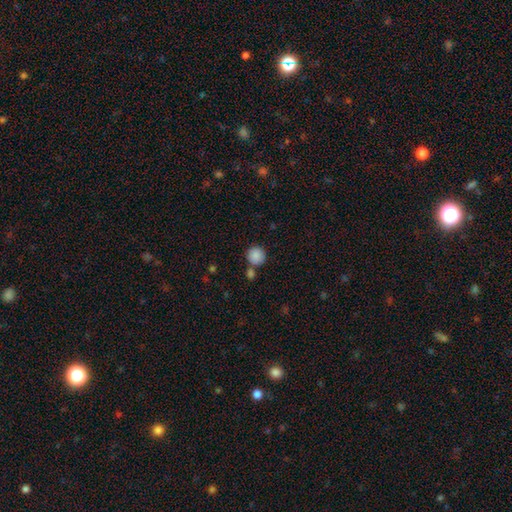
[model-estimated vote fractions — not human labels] smooth_or_featured: smooth (p=0.88) [alt: star or artifact p=0.08]
how_rounded: round (p=0.93) [alt: in between p=0.06]
merging: none (p=0.71) [alt: merger p=0.17]